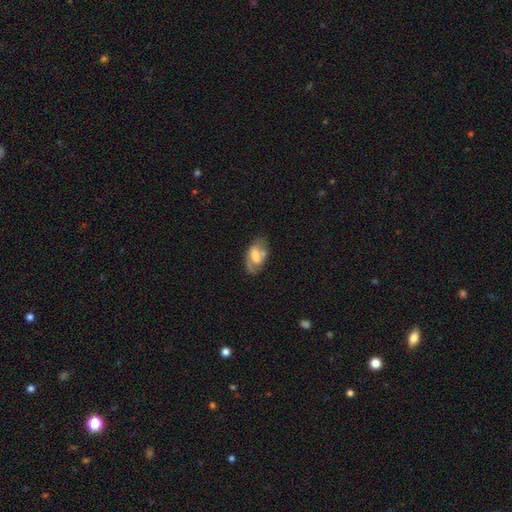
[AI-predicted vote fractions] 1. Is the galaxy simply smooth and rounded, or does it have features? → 47% smooth, 45% featured or disk, 8% star or artifact.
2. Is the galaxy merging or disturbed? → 50% none, 28% minor disturbance, 15% major disturbance, 7% merger.